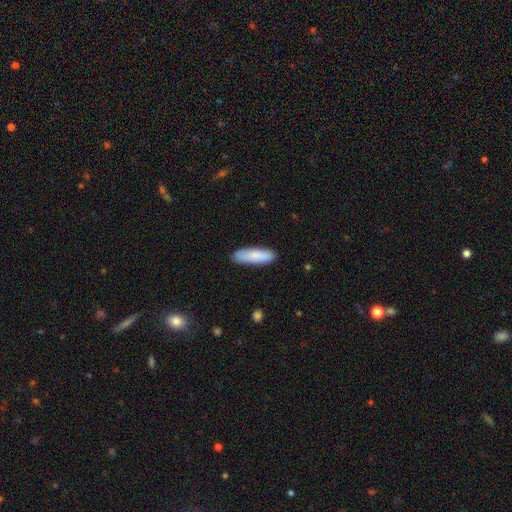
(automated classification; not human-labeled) Q: Smooth or featured?
A: smooth (85%); runner-up: featured or disk (10%)
Q: How rounded?
A: cigar-shaped (55%); runner-up: in between (44%)
Q: Merging?
A: none (86%); runner-up: minor disturbance (11%)